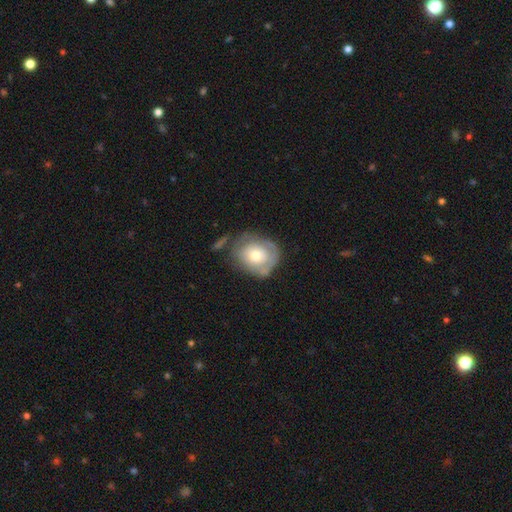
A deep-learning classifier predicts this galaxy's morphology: Smooth or featured?
  - smooth: 50% *
  - featured or disk: 43%
  - star or artifact: 7%
How rounded?
  - round: 65% *
  - in between: 34%
  - cigar-shaped: 1%
Merging?
  - none: 53% *
  - minor disturbance: 26%
  - major disturbance: 13%
  - merger: 8%